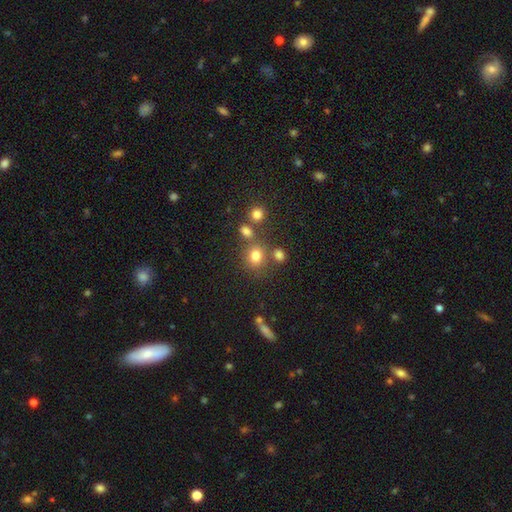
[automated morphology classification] Smooth or featured: smooth — 75% (star or artifact — 16%)
How rounded: round — 63% (in between — 36%)
Merging: none — 62% (merger — 20%)